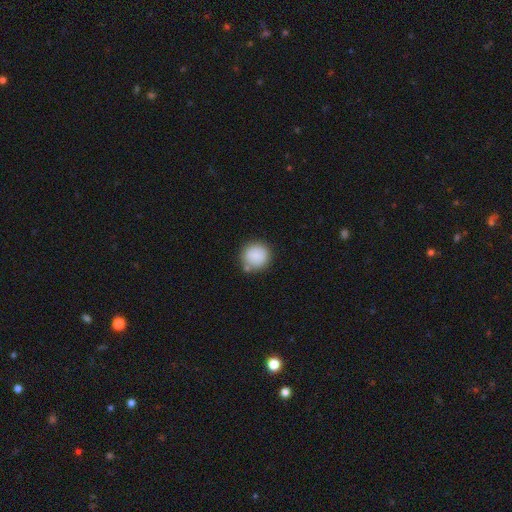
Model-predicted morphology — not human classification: Smooth or featured? Predicted: smooth (p=0.87). How rounded? Predicted: round (p=0.92). Merging? Predicted: none (p=0.78).